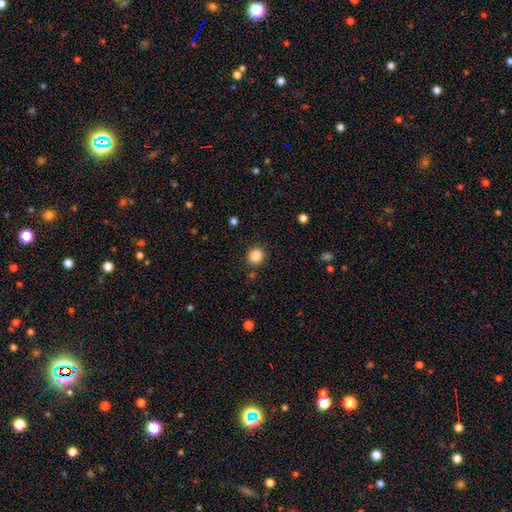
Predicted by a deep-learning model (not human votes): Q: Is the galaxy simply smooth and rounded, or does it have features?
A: smooth — 86%.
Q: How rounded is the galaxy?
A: round — 91%.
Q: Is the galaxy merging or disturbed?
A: none — 87%.